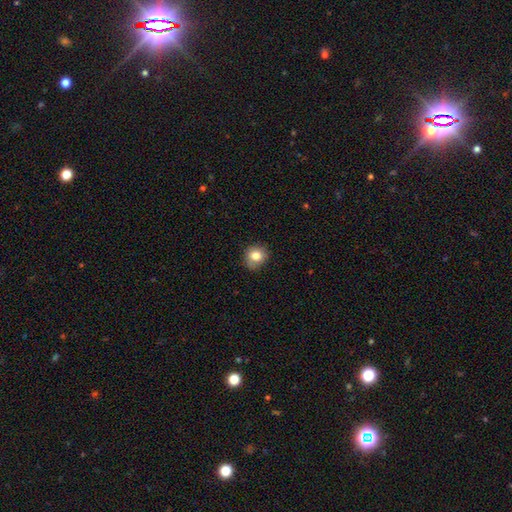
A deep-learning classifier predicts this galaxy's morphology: A smooth galaxy with no disk features (82%) that is round (82%).

Vote fractions:
- Smooth or featured? smooth: 82% / star or artifact: 10% / featured or disk: 8%
- How rounded? round: 82% / in between: 17% / cigar-shaped: 1%
- Merging? none: 82% / minor disturbance: 15% / major disturbance: 3% / merger: 1%